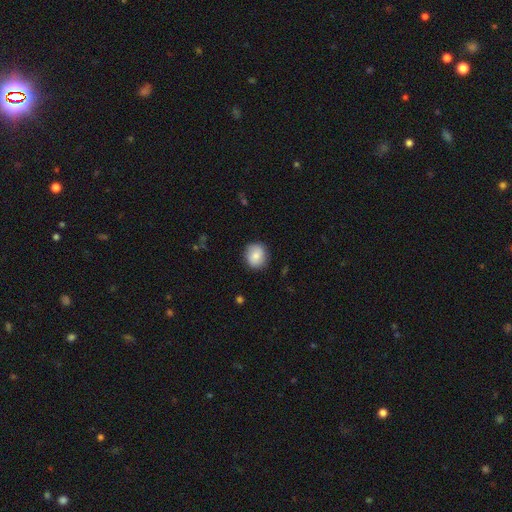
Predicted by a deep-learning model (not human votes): smooth 82%, featured or disk 11%, star or artifact 7%. Down the decision tree: how rounded — round (81%); merging — none (86%).